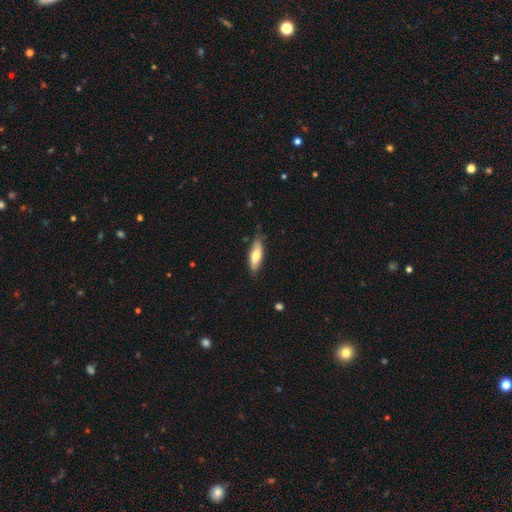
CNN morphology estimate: The model was most divided on "how rounded": in between: 61%, cigar-shaped: 37%, round: 2%. More confident: merging — none (77%); smooth or featured — smooth (71%).